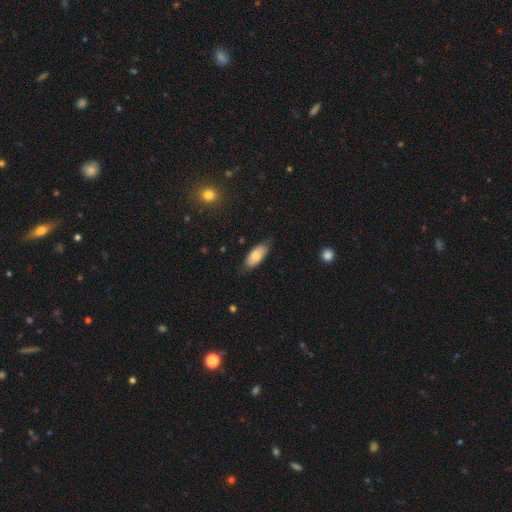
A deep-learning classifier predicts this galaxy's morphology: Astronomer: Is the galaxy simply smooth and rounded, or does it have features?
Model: smooth — 75%.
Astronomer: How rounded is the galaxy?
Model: in between — 89%.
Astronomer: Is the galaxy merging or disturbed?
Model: none — 74%.